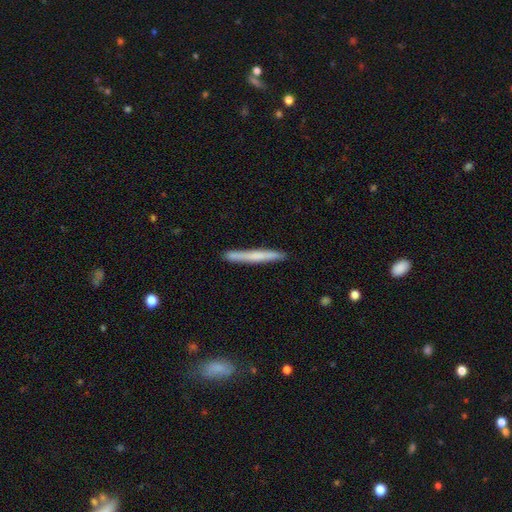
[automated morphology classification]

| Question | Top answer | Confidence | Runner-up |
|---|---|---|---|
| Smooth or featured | smooth | 57% | featured or disk (37%) |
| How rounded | cigar-shaped | 97% | in between (2%) |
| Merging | none | 90% | minor disturbance (7%) |